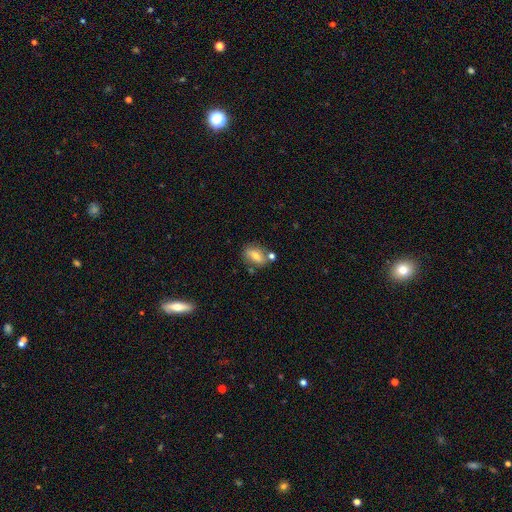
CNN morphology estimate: This is likely a smooth galaxy (67%). How rounded: likely in between (79%). Merging: likely none (67%).